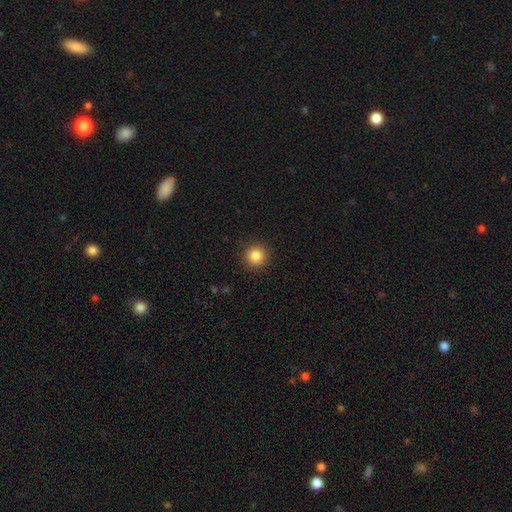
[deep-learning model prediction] smooth_or_featured: smooth (p=0.86) [alt: star or artifact p=0.10]
how_rounded: round (p=0.94) [alt: in between p=0.05]
merging: none (p=0.91) [alt: minor disturbance p=0.06]